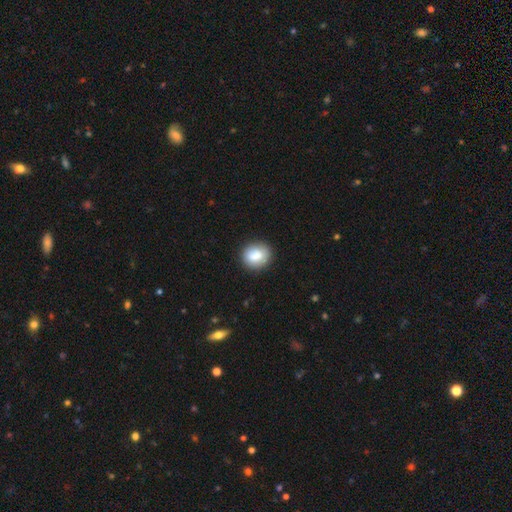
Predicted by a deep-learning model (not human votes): A smooth galaxy with no disk features (84%) that is round (75%). Merging: none (84%).